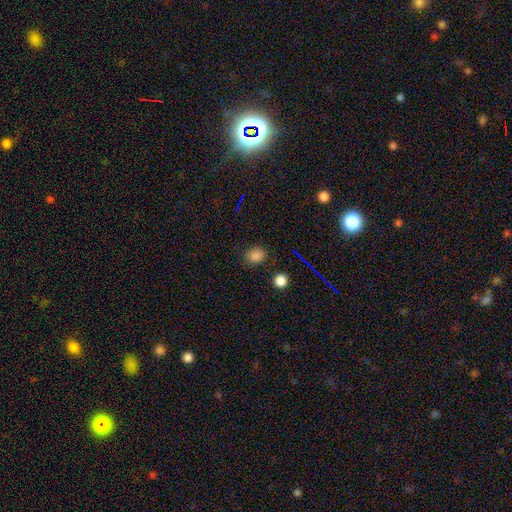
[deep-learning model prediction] Smooth or featured? Predicted: smooth (p=0.80). How rounded? Predicted: round (p=0.54). Merging? Predicted: none (p=0.82).